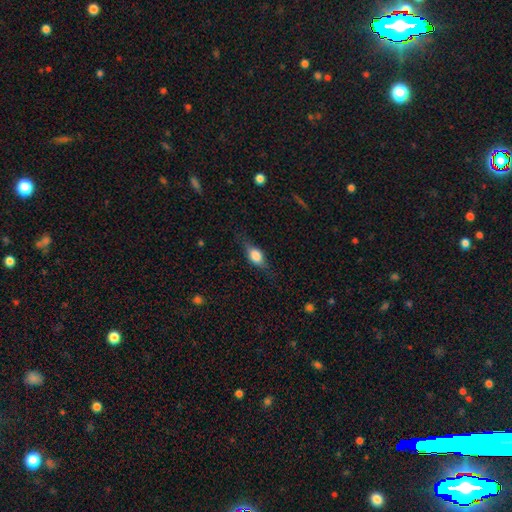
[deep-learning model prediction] Smooth or featured: smooth — 56% (featured or disk — 35%)
How rounded: in between — 68% (cigar-shaped — 16%)
Merging: none — 74% (minor disturbance — 19%)